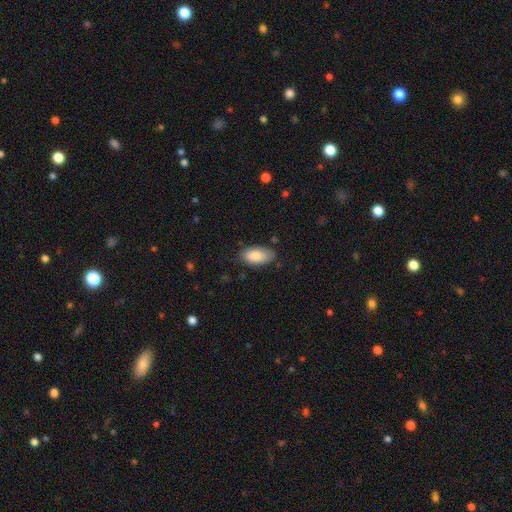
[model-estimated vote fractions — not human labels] Overall: smooth (86%). How rounded: in between (94%). Merging: none (75%).